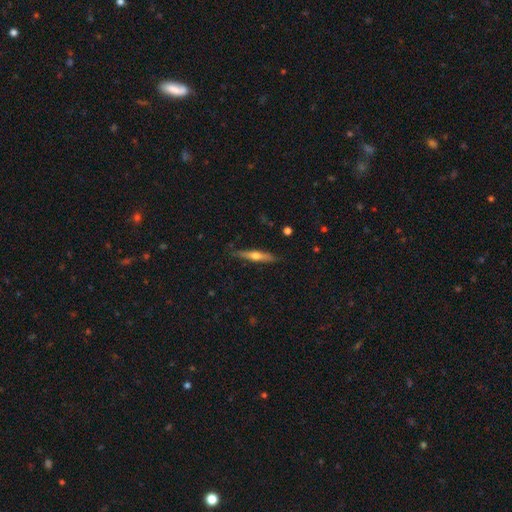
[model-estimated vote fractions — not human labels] This is possibly a featured or disk galaxy (54%). It is clearly viewed edge-on (95%). Edge-on bulge: clearly rounded (89%). Merging: clearly none (85%).